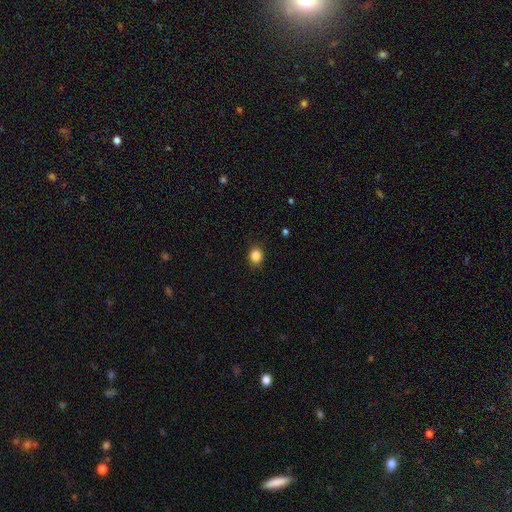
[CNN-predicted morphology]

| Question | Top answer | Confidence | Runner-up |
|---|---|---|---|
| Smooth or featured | smooth | 86% | star or artifact (10%) |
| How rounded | round | 58% | in between (41%) |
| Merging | none | 88% | minor disturbance (8%) |